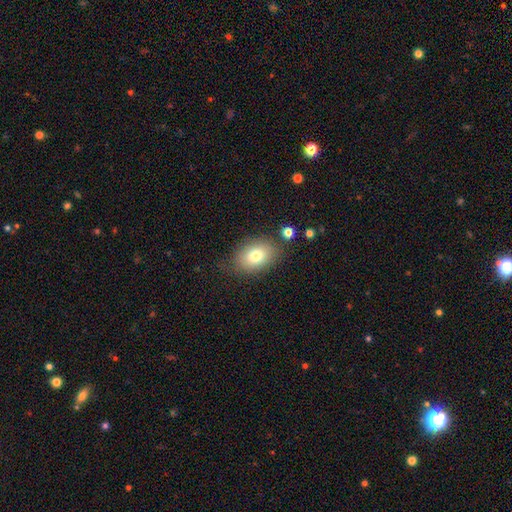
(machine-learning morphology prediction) Overall: smooth (79%). How rounded: in between (80%). Merging: none (76%).